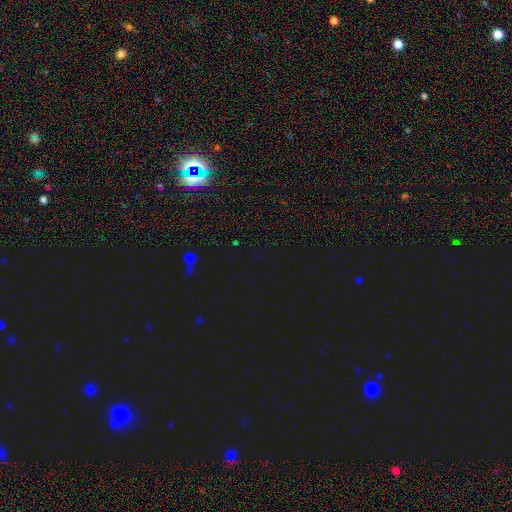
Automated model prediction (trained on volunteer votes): This is likely a star or artifact rather than a galaxy (73%).